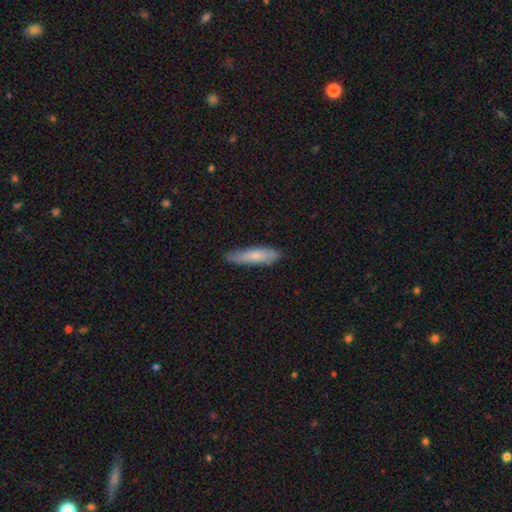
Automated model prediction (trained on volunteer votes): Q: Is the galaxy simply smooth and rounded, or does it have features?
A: smooth — 75%.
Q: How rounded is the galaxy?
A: cigar-shaped — 79%.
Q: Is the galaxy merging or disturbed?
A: none — 82%.